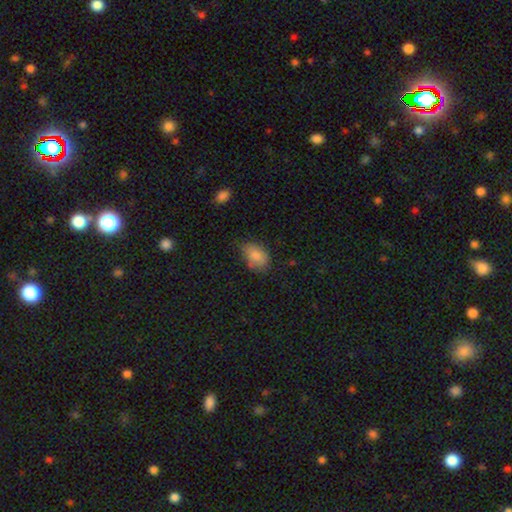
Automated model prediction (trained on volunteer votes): smooth-or-featured: smooth: 84% | featured or disk: 9% | star or artifact: 8%
  how-rounded: in between: 81% | round: 17% | cigar-shaped: 1%
  merging: none: 58% | minor disturbance: 33% | major disturbance: 7% | merger: 2%